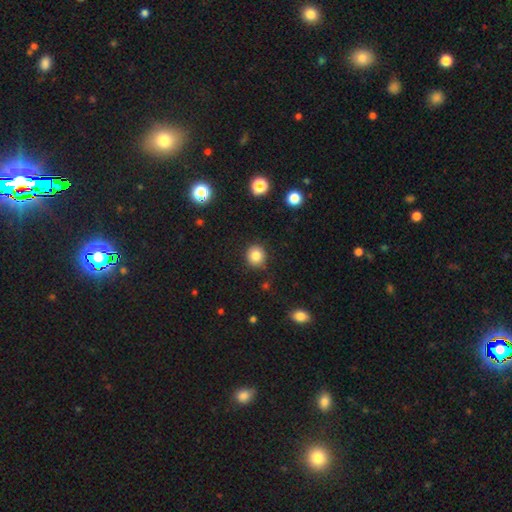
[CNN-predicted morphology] The model was most divided on "smooth or featured": smooth: 83%, star or artifact: 11%, featured or disk: 6%. More confident: how rounded — round (88%); merging — none (88%).